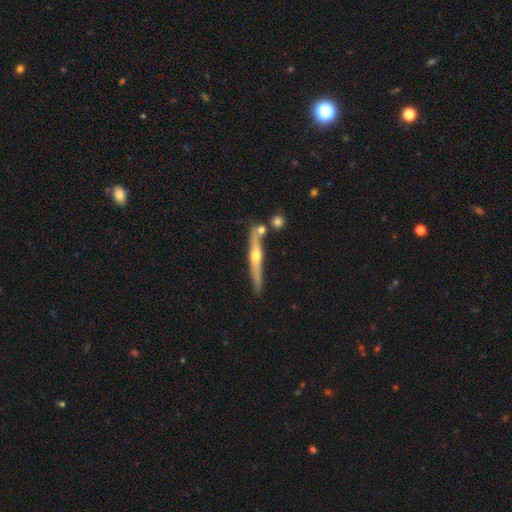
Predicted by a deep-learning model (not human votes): Smooth or featured? Predicted: featured or disk (p=0.72). Edge-on disk? Predicted: yes (p=0.96). Edge-on bulge? Predicted: rounded (p=0.91). Merging? Predicted: none (p=0.76).